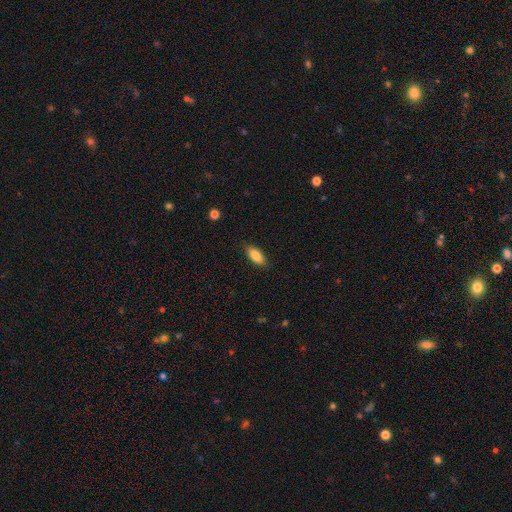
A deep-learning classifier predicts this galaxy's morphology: This appears to be a smooth galaxy with no disk features (85%) that is in between round and cigar-shaped (82%). Merging: none (85%).